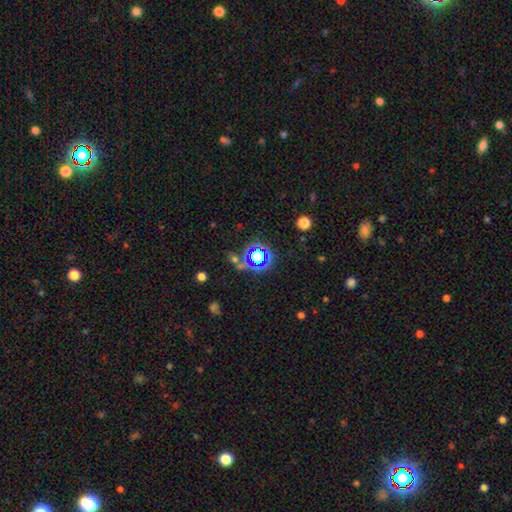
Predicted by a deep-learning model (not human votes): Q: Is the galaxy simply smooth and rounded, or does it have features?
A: star or artifact — 63%.